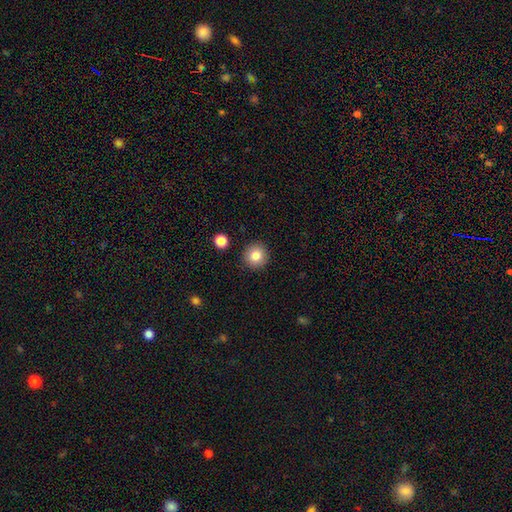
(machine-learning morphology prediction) Smooth or featured? Predicted: smooth (p=0.84). How rounded? Predicted: round (p=0.94). Merging? Predicted: none (p=0.90).